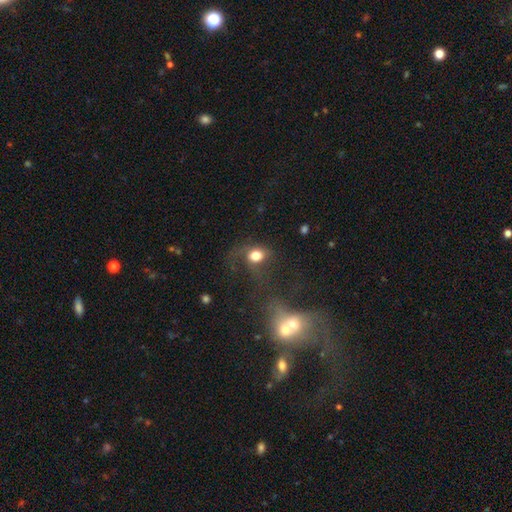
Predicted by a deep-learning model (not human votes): A smooth galaxy with no disk features (72%) that is round (55%). Merging: none (36%).